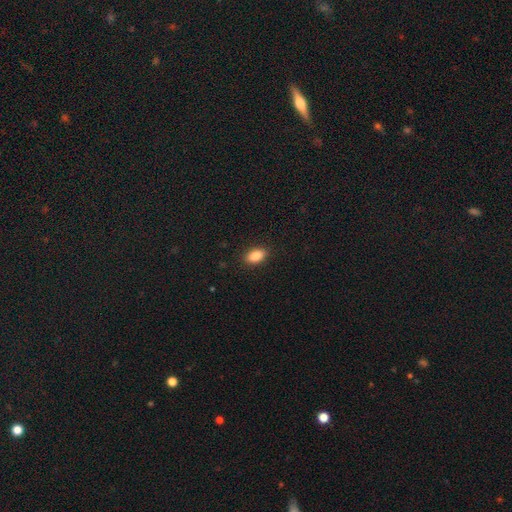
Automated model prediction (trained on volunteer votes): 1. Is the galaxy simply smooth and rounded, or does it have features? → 87% smooth, 8% star or artifact, 5% featured or disk.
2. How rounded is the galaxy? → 90% in between, 6% round, 4% cigar-shaped.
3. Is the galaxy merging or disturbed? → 89% none, 8% minor disturbance, 2% major disturbance, 1% merger.